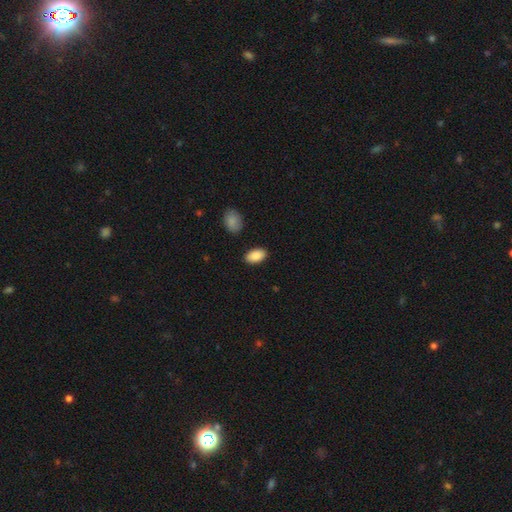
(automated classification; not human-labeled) The model was most divided on "merging": none: 88%, minor disturbance: 8%, major disturbance: 2%, merger: 2%. More confident: how rounded — in between (94%); smooth or featured — smooth (89%).